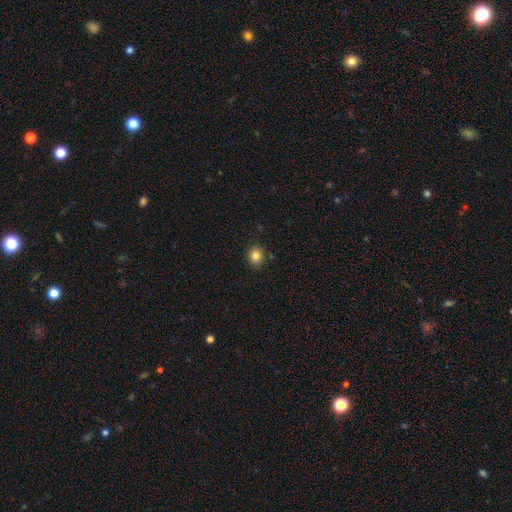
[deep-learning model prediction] This is clearly a smooth galaxy (84%). How rounded: likely round (63%). Merging: clearly none (84%).